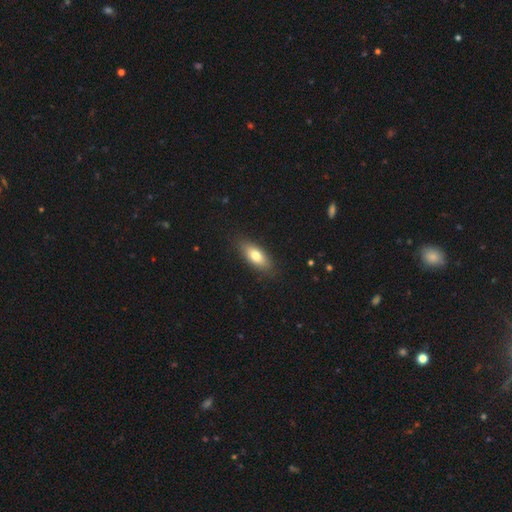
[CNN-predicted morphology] This appears to be a smooth galaxy with no disk features (74%) that is in between round and cigar-shaped (78%). Merging: none (85%).